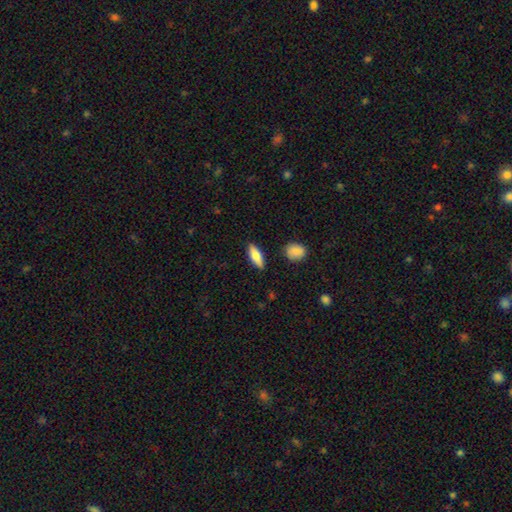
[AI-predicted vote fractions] Q: Smooth or featured?
A: smooth (70%); runner-up: featured or disk (24%)
Q: How rounded?
A: in between (59%); runner-up: cigar-shaped (38%)
Q: Merging?
A: none (87%); runner-up: minor disturbance (9%)